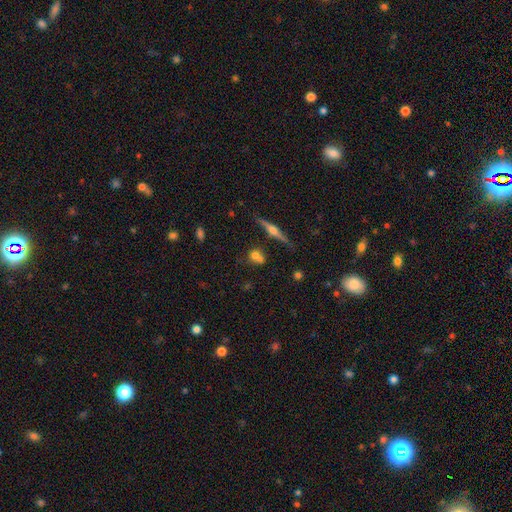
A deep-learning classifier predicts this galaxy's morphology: This is possibly a smooth galaxy (59%). How rounded: likely round (65%). Merging: possibly none (52%).